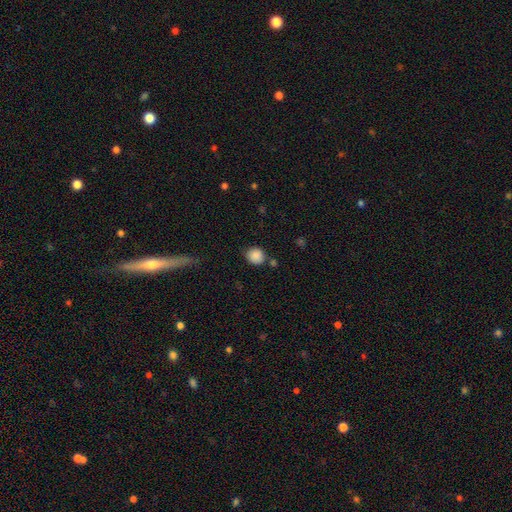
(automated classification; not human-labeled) The model was most divided on "merging": none: 72%, minor disturbance: 15%, merger: 9%, major disturbance: 4%. More confident: smooth or featured — smooth (87%); how rounded — round (82%).